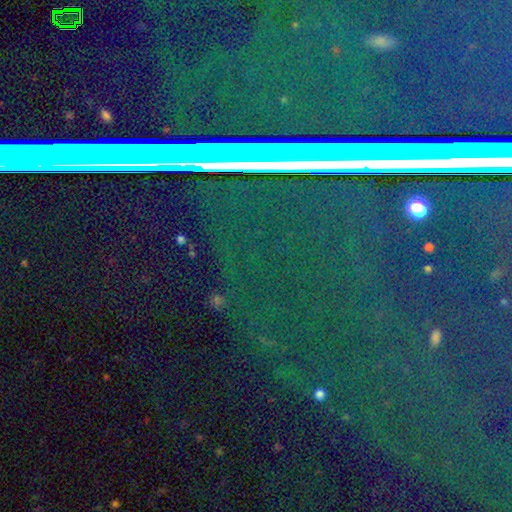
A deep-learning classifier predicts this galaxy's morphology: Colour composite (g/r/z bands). It shows a star or artifact, not a galaxy (80%).